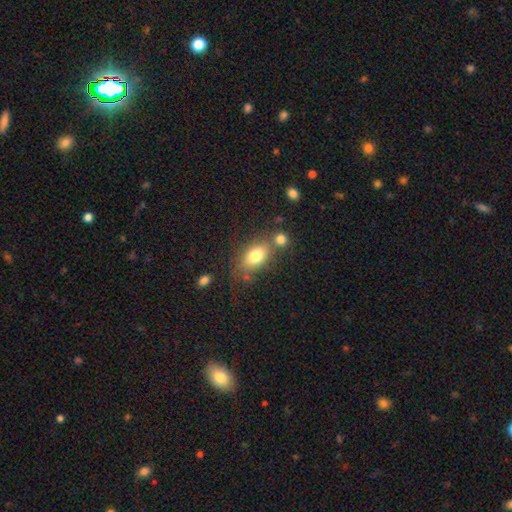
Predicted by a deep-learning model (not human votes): This is likely a smooth galaxy (78%). How rounded: clearly in between (82%). Merging: possibly none (57%).